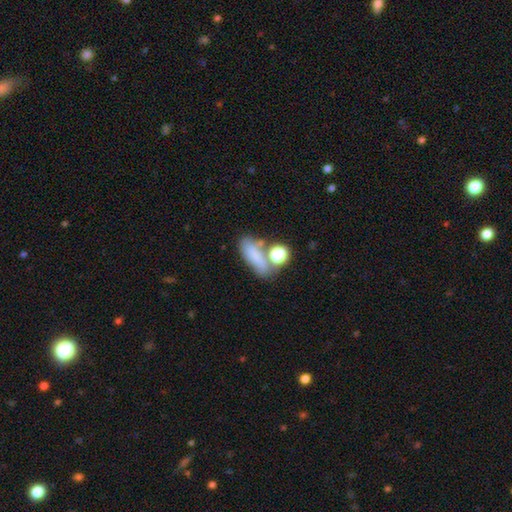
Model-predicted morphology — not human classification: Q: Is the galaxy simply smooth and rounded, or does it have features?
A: smooth — 69%.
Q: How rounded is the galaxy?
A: in between — 68%.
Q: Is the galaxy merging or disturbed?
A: none — 44%.